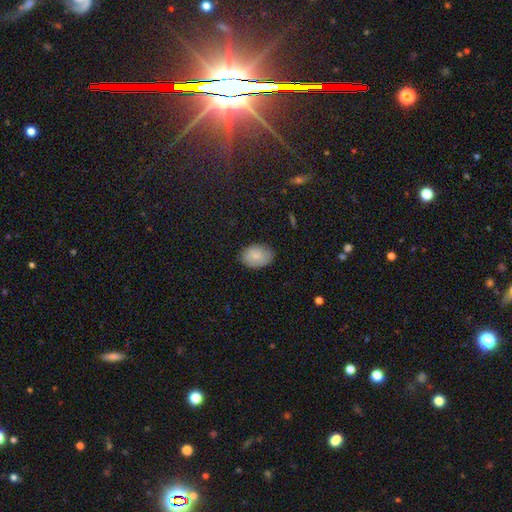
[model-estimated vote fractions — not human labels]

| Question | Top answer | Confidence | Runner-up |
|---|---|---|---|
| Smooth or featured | smooth | 84% | featured or disk (9%) |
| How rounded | in between | 79% | round (20%) |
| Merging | none | 80% | minor disturbance (16%) |